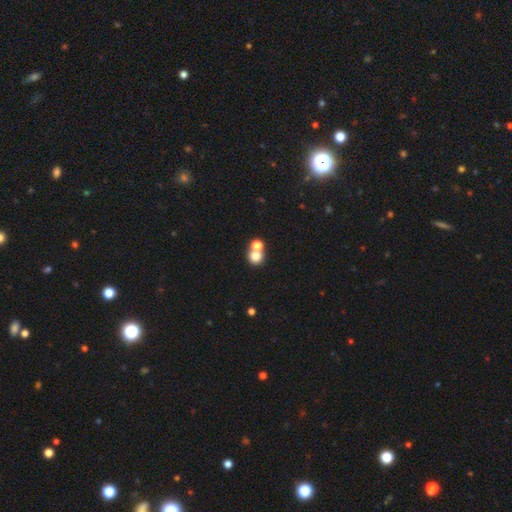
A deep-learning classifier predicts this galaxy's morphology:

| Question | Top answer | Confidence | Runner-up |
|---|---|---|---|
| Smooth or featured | smooth | 75% | star or artifact (13%) |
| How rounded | round | 82% | in between (17%) |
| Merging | merger | 50% | none (41%) |